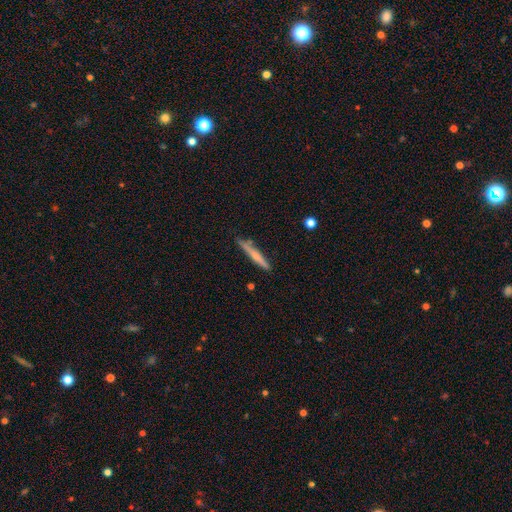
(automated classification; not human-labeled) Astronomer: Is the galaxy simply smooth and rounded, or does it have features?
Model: smooth — 53% (runner-up: featured or disk, 41%).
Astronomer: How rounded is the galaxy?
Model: cigar-shaped — 94%.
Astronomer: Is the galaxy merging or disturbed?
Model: none — 78%.